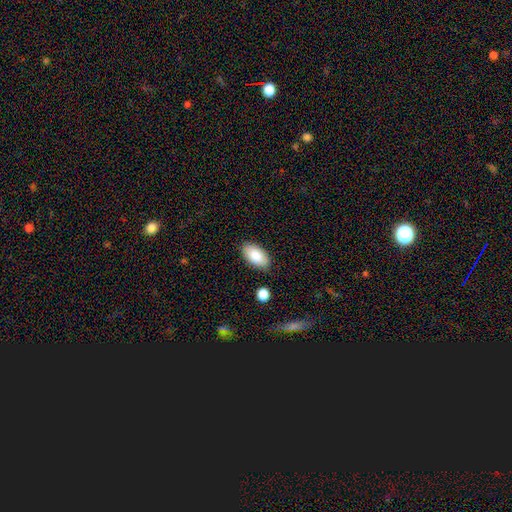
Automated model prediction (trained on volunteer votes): Smooth or featured? smooth (86%)
How rounded? in between (95%)
Merging? none (84%)